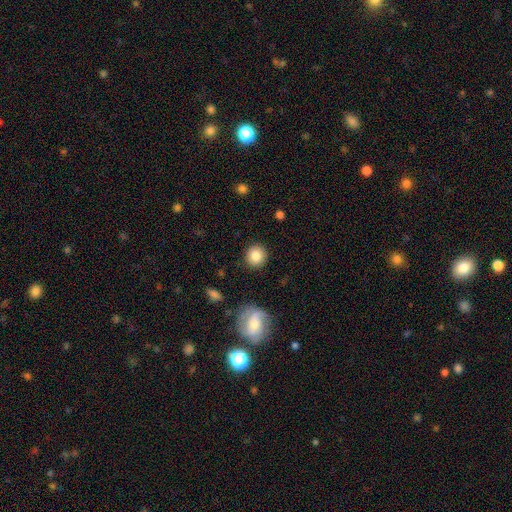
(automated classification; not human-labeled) Smooth or featured?
  - smooth: 84% *
  - star or artifact: 9%
  - featured or disk: 8%
How rounded?
  - round: 90% *
  - in between: 9%
  - cigar-shaped: 1%
Merging?
  - none: 89% *
  - minor disturbance: 7%
  - major disturbance: 2%
  - merger: 2%